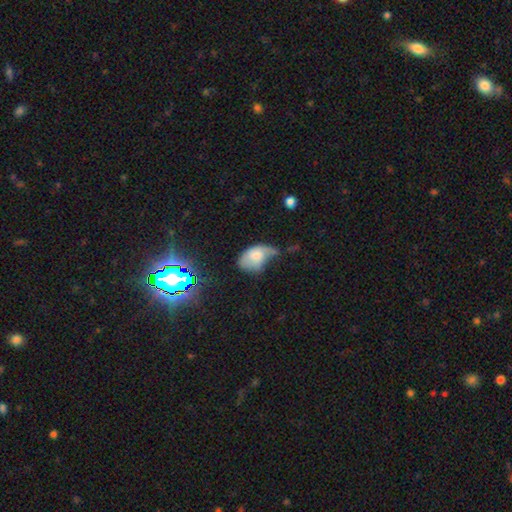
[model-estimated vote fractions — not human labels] Smooth or featured: smooth — 65% (featured or disk — 25%)
How rounded: in between — 86% (round — 12%)
Merging: minor disturbance — 37% (tied with major disturbance — 37%)